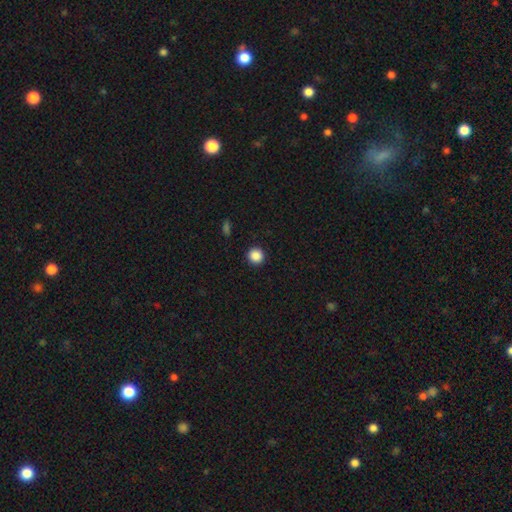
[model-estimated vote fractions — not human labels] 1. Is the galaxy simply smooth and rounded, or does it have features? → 88% smooth, 10% star or artifact, 2% featured or disk.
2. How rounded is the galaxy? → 94% round, 5% in between, 1% cigar-shaped.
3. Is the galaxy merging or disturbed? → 93% none, 5% minor disturbance, 2% major disturbance, 1% merger.